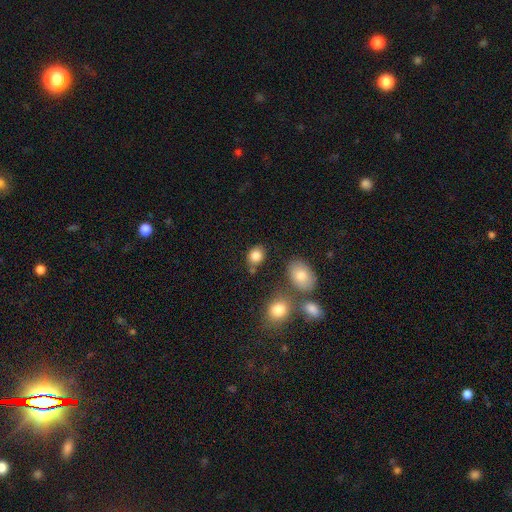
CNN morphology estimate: Smooth or featured?
  - smooth: 84% *
  - star or artifact: 10%
  - featured or disk: 6%
How rounded?
  - round: 51% *
  - in between: 47%
  - cigar-shaped: 1%
Merging?
  - none: 73% *
  - minor disturbance: 14%
  - merger: 8%
  - major disturbance: 4%